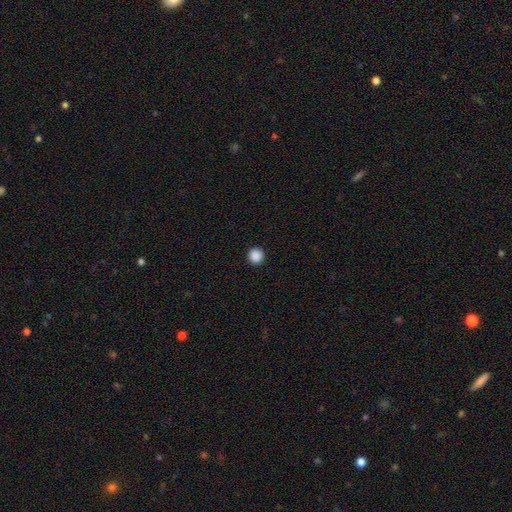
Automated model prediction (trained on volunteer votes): A smooth galaxy with no disk features (89%) that is round (95%). Merging: none (93%).